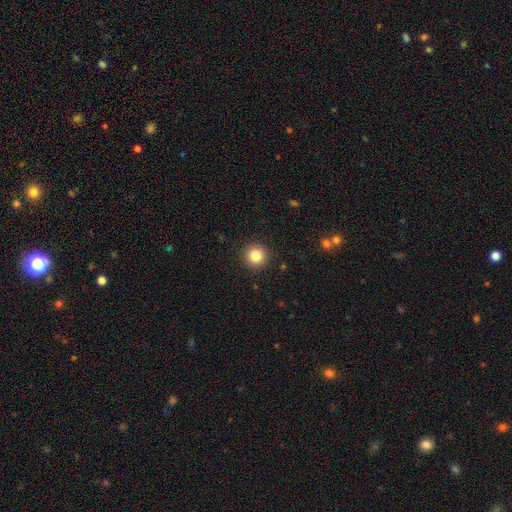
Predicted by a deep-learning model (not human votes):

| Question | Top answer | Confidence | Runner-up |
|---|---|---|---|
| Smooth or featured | smooth | 83% | star or artifact (11%) |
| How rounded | round | 95% | in between (4%) |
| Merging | none | 92% | minor disturbance (5%) |